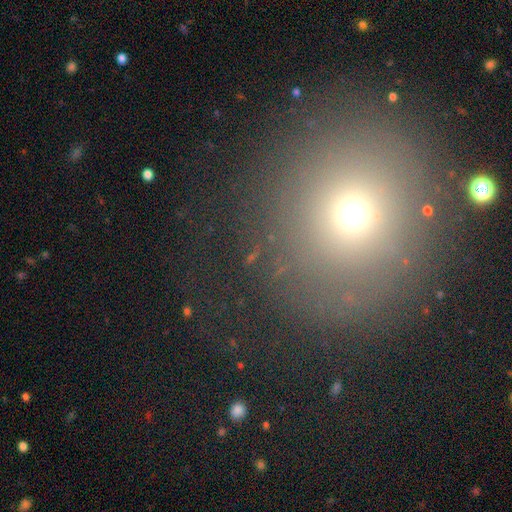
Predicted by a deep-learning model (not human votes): Smooth or featured?
  - smooth: 53% *
  - star or artifact: 34%
  - featured or disk: 12%
How rounded?
  - round: 84% *
  - in between: 14%
  - cigar-shaped: 2%
Merging?
  - none: 77% *
  - minor disturbance: 10%
  - major disturbance: 8%
  - merger: 4%